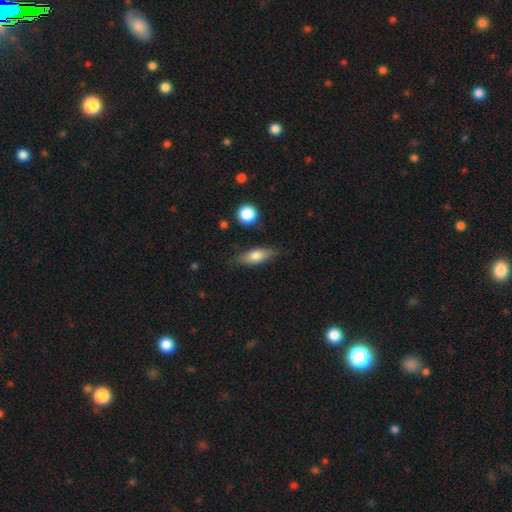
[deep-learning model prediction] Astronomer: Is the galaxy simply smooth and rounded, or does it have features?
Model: smooth — 74%.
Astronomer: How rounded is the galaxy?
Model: in between — 67%.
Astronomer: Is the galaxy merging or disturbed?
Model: none — 79%.